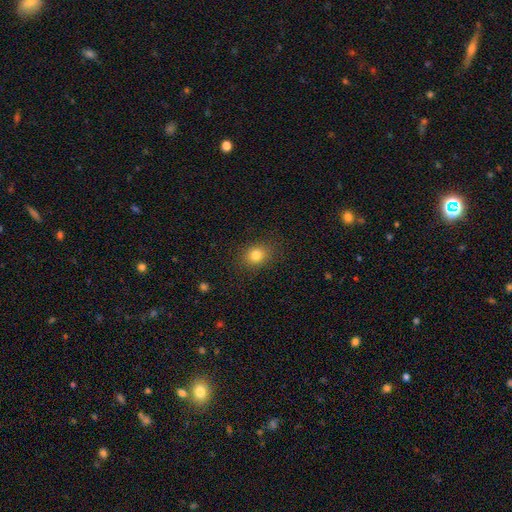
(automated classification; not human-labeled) smooth 80%, star or artifact 12%, featured or disk 8%. Down the decision tree: how rounded — round (60%); merging — none (87%).